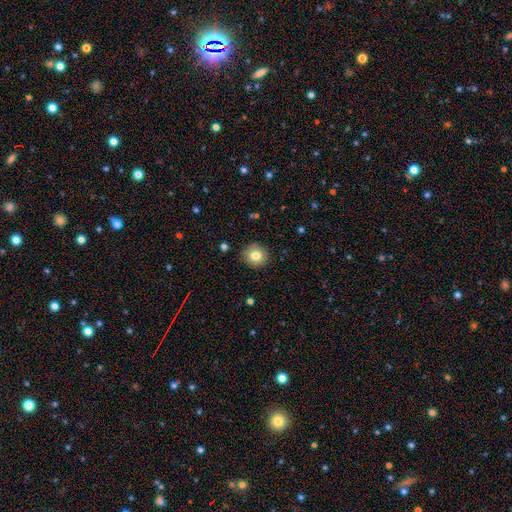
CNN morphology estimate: A smooth galaxy with no disk features (80%) that is round (91%).

Vote fractions:
- Smooth or featured? smooth: 80% / star or artifact: 10% / featured or disk: 9%
- How rounded? round: 91% / in between: 8% / cigar-shaped: 1%
- Merging? none: 89% / minor disturbance: 8% / major disturbance: 2% / merger: 1%